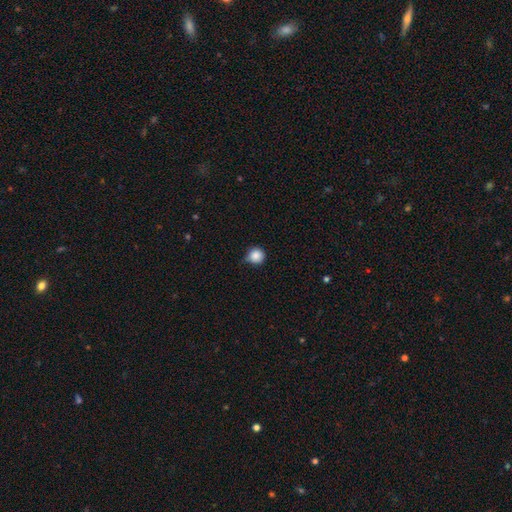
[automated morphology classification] A smooth galaxy with no disk features (86%) that is round (93%).

Vote fractions:
- Smooth or featured? smooth: 86% / star or artifact: 10% / featured or disk: 4%
- How rounded? round: 93% / in between: 6% / cigar-shaped: 1%
- Merging? none: 64% / minor disturbance: 30% / major disturbance: 5% / merger: 2%